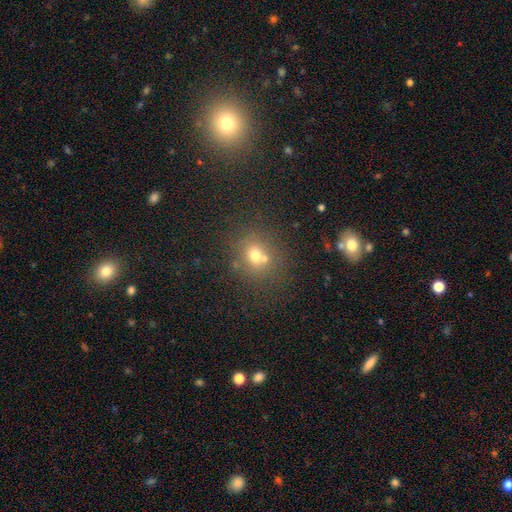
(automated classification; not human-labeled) Q: Smooth or featured?
A: smooth (65%); runner-up: star or artifact (19%)
Q: How rounded?
A: round (76%); runner-up: in between (23%)
Q: Merging?
A: none (57%); runner-up: merger (29%)